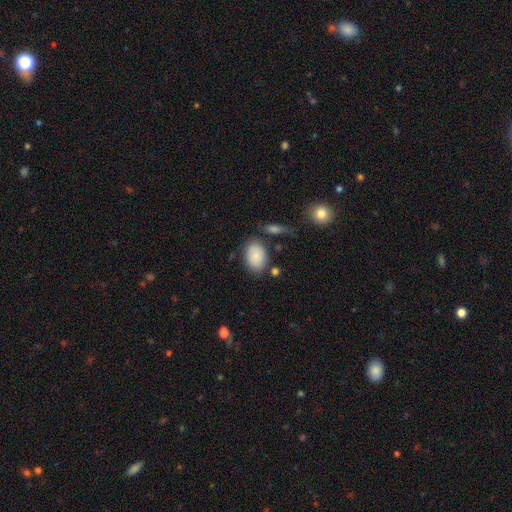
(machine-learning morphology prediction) Smooth or featured? smooth (86%)
How rounded? in between (87%)
Merging? none (75%)